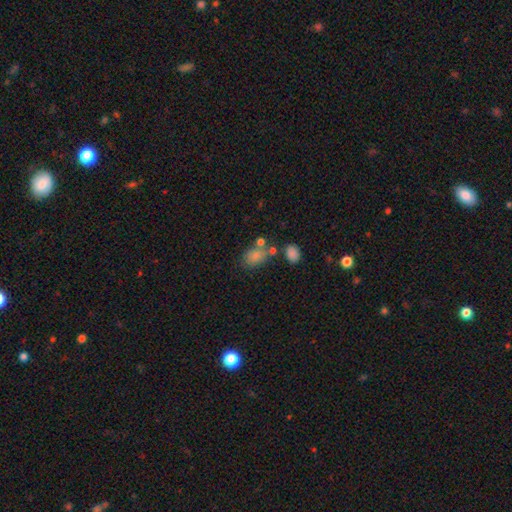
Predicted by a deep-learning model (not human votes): Smooth or featured?
  - smooth: 79% *
  - star or artifact: 11%
  - featured or disk: 10%
How rounded?
  - in between: 80% *
  - round: 19%
  - cigar-shaped: 2%
Merging?
  - none: 55% *
  - merger: 21%
  - minor disturbance: 17%
  - major disturbance: 7%